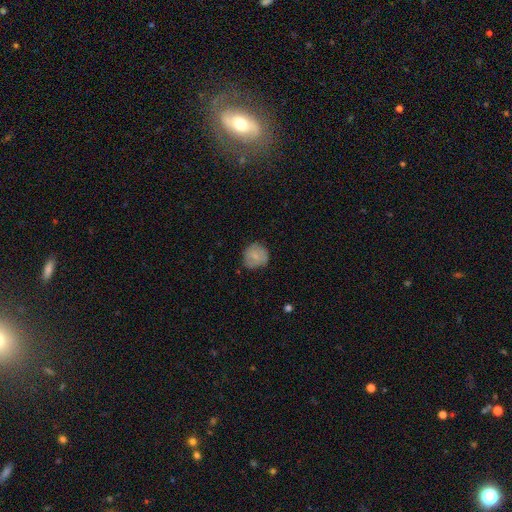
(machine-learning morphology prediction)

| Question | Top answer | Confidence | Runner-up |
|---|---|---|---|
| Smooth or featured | smooth | 68% | featured or disk (24%) |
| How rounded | round | 86% | in between (13%) |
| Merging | none | 70% | minor disturbance (23%) |